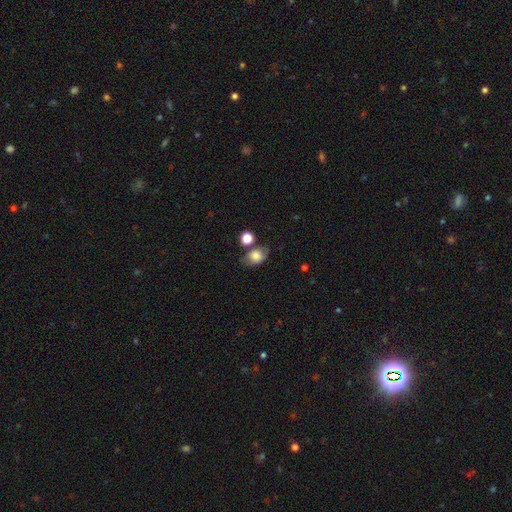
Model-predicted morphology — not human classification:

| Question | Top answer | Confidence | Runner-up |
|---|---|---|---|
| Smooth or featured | smooth | 72% | featured or disk (18%) |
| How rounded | in between | 61% | round (37%) |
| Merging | none | 56% | minor disturbance (22%) |